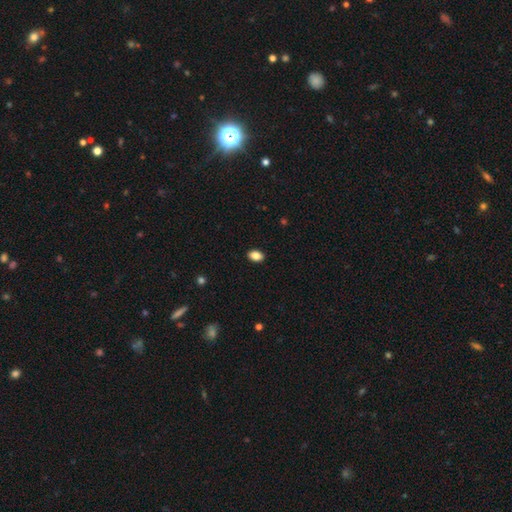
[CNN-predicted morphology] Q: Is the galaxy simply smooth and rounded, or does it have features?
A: smooth — 87%.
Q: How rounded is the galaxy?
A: in between — 82%.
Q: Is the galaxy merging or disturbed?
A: none — 90%.